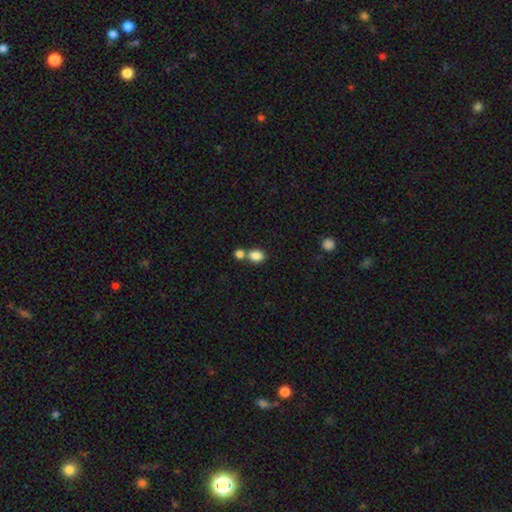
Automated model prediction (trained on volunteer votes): smooth 85%, star or artifact 9%, featured or disk 6%. Down the decision tree: how rounded — in between (63%); merging — none (48%).